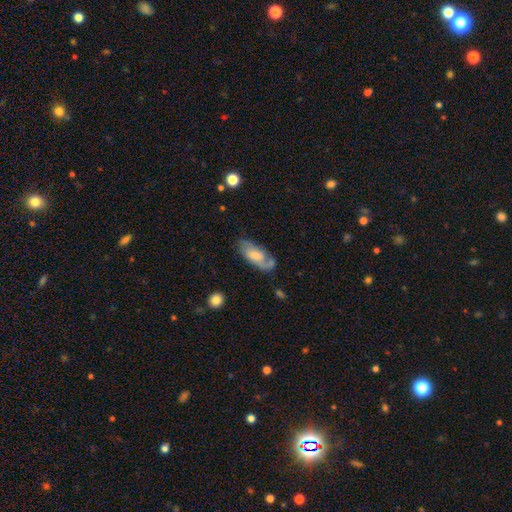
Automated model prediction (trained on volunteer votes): Smooth or featured? featured or disk (50%)
Merging? none (61%)